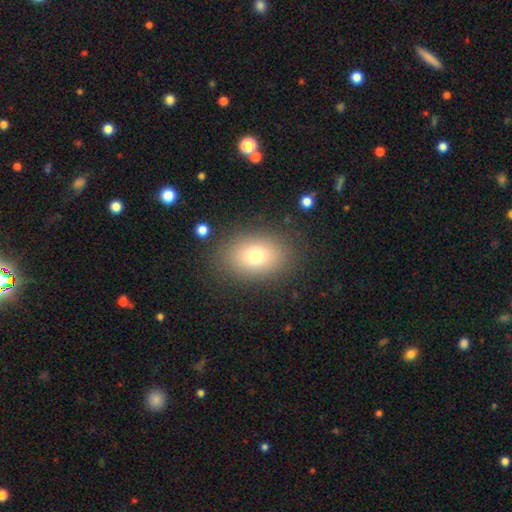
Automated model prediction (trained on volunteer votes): smooth-or-featured: smooth: 75% | featured or disk: 13% | star or artifact: 12%
  how-rounded: in between: 74% | round: 25% | cigar-shaped: 1%
  merging: none: 85% | minor disturbance: 9% | major disturbance: 4% | merger: 1%